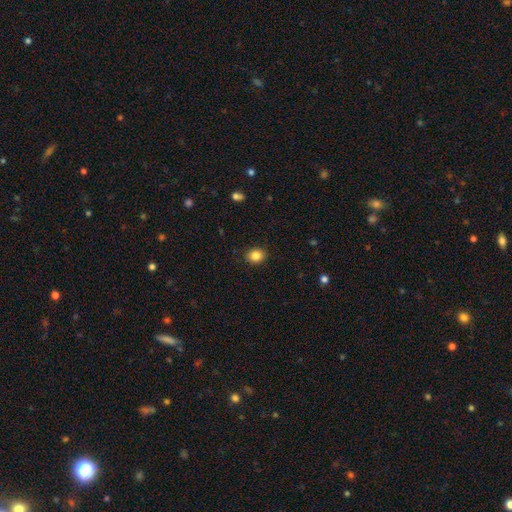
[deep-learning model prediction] Smooth or featured? smooth (85%)
How rounded? round (59%)
Merging? none (89%)